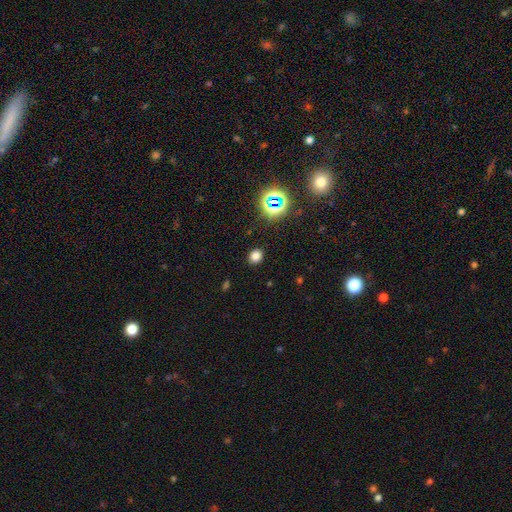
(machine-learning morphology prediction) A smooth galaxy with no disk features (74%) that is round (56%).

Vote fractions:
- Smooth or featured? smooth: 74% / star or artifact: 21% / featured or disk: 5%
- How rounded? round: 56% / in between: 43% / cigar-shaped: 1%
- Merging? none: 88% / minor disturbance: 8% / major disturbance: 3% / merger: 1%